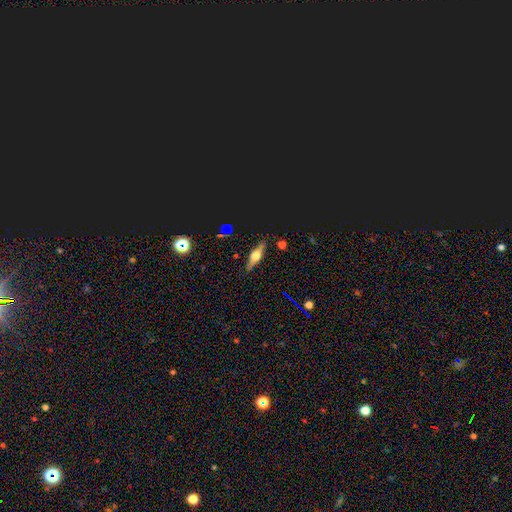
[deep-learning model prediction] Overall: featured or disk (62%; smooth 29%). Edge-on disk: yes (95%). Edge-on bulge: rounded (90%). Merging: none (87%).